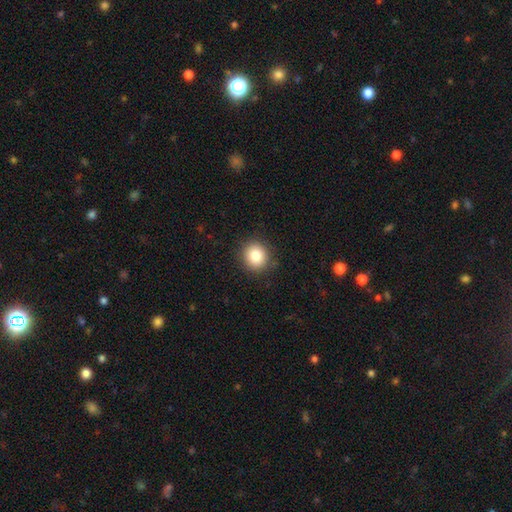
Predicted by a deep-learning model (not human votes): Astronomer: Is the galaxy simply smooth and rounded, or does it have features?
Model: smooth — 84%.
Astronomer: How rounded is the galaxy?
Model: round — 86%.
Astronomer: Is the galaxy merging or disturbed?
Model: none — 89%.